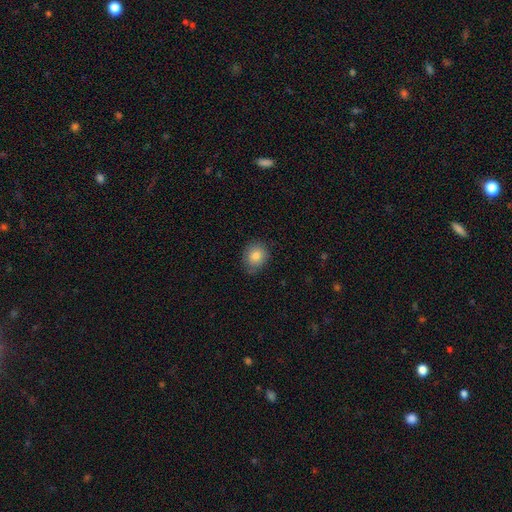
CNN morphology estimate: Smooth or featured?
  - smooth: 82% *
  - featured or disk: 9%
  - star or artifact: 9%
How rounded?
  - round: 67% *
  - in between: 33%
  - cigar-shaped: 1%
Merging?
  - none: 77% *
  - minor disturbance: 19%
  - major disturbance: 3%
  - merger: 1%